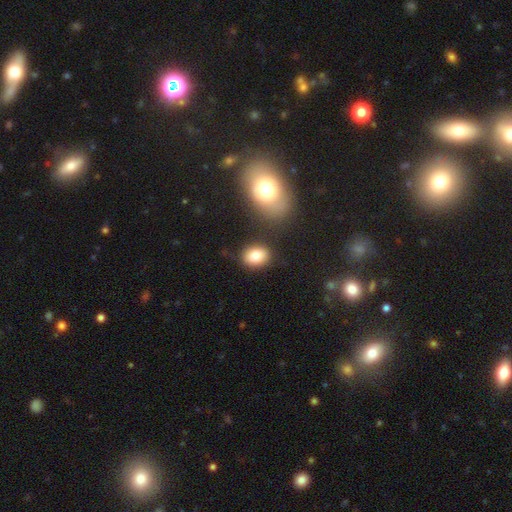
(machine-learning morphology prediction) Smooth or featured? Predicted: smooth (p=0.83). How rounded? Predicted: in between (p=0.62). Merging? Predicted: none (p=0.81).